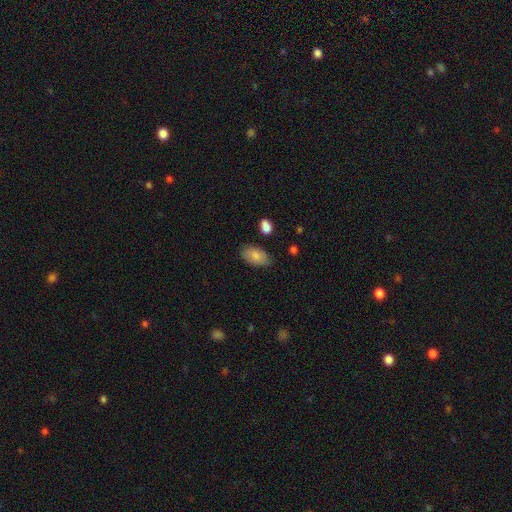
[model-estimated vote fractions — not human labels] Smooth or featured: smooth — 84% (featured or disk — 10%)
How rounded: in between — 94% (round — 4%)
Merging: none — 80% (minor disturbance — 15%)